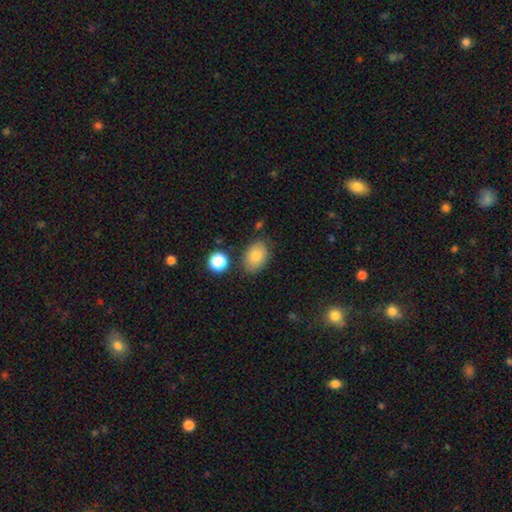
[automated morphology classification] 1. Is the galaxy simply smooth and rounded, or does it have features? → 81% smooth, 10% featured or disk, 9% star or artifact.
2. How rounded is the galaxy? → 80% in between, 19% round, 1% cigar-shaped.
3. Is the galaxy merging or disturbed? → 80% none, 13% minor disturbance, 4% merger, 3% major disturbance.